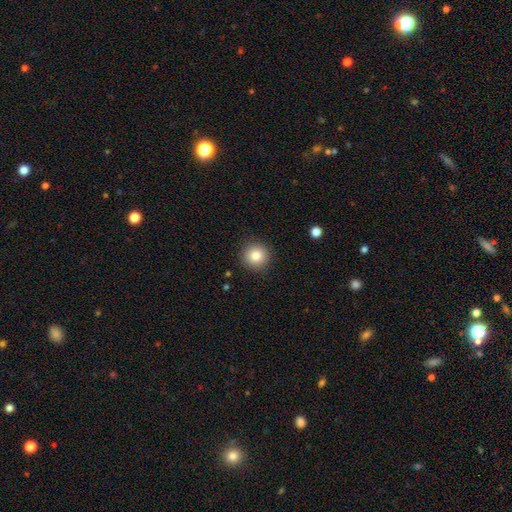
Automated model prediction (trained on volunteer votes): The model was most divided on "smooth or featured": smooth: 83%, star or artifact: 10%, featured or disk: 7%. More confident: how rounded — round (94%); merging — none (90%).